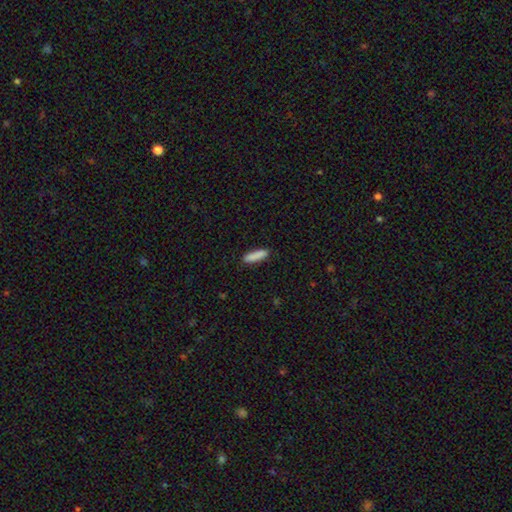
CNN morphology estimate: Smooth or featured?
  - smooth: 88% *
  - star or artifact: 6%
  - featured or disk: 6%
How rounded?
  - cigar-shaped: 74% *
  - in between: 24%
  - round: 2%
Merging?
  - none: 88% *
  - minor disturbance: 9%
  - major disturbance: 2%
  - merger: 1%